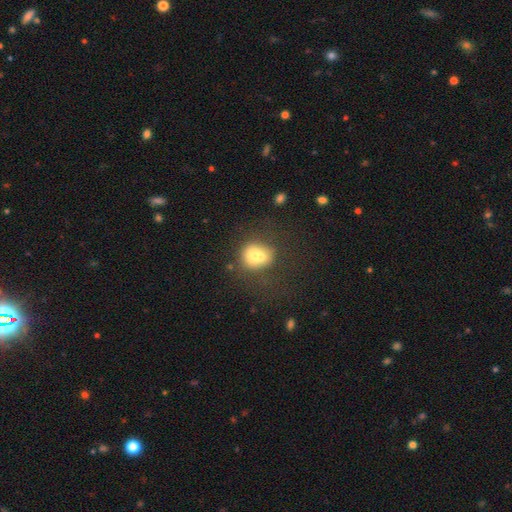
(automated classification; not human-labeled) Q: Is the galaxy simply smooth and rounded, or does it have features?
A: smooth — 66%.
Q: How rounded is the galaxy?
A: round — 66%.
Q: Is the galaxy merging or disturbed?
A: none — 40%.